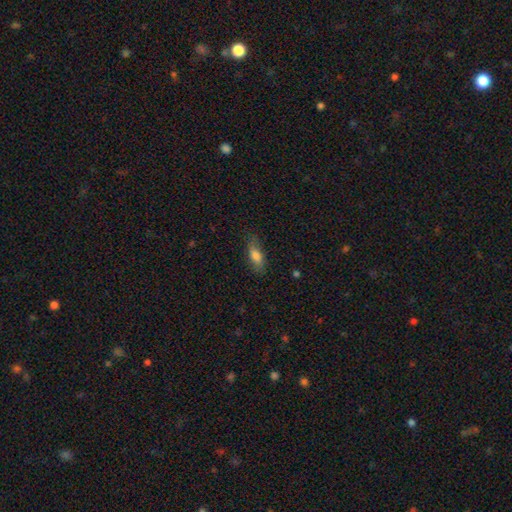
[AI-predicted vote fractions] This appears to be a smooth galaxy with no disk features (77%) that is in between round and cigar-shaped (70%). Merging: none (77%).